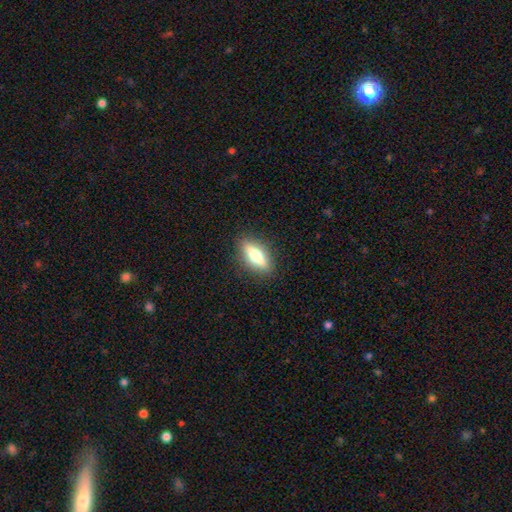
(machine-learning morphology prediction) A smooth galaxy with no disk features (51%) that is in between round and cigar-shaped (56%). Merging: none (88%).